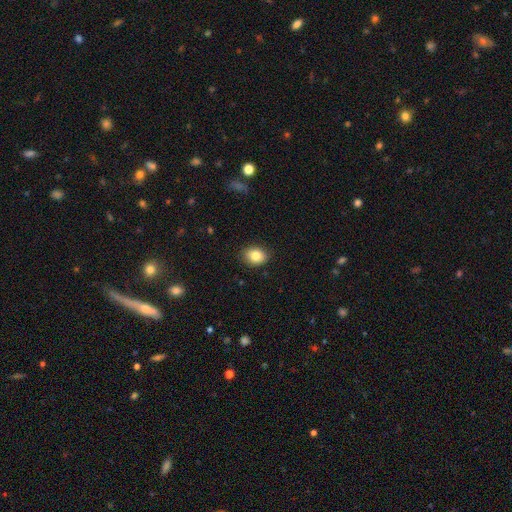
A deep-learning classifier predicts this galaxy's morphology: A smooth galaxy with no disk features (84%) that is in between round and cigar-shaped (62%). Merging: none (86%).